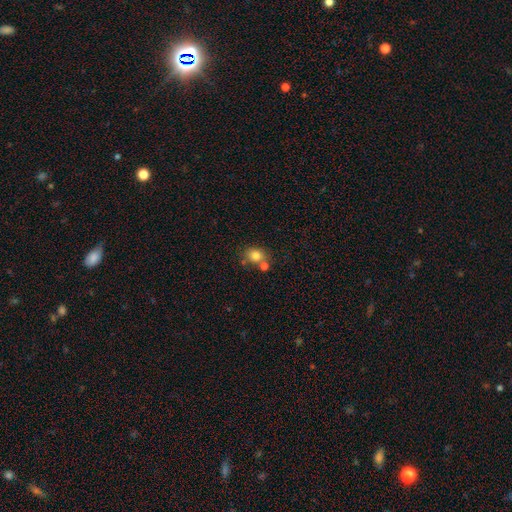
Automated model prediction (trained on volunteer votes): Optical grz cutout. It shows a smooth galaxy with no disk features (79%) that is round (60%). Merging: none (58%).